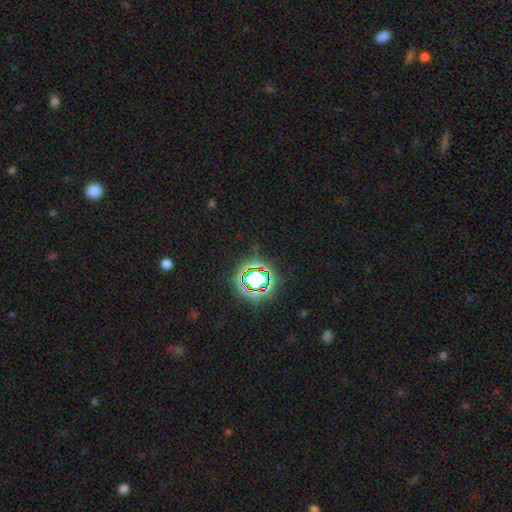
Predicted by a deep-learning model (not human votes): Morphology: type=star or artifact (77%).